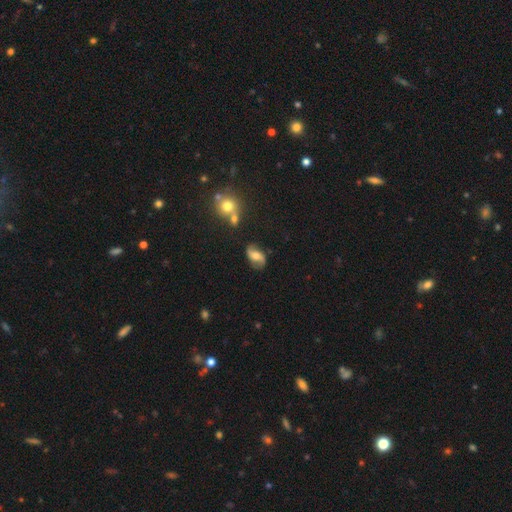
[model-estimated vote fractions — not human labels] The model was most divided on "bar": no: 42%, weak: 40%, strong: 18%. More confident: edge-on disk — no (95%); spiral arms — yes (86%); merging — none (74%); bulge size — moderate (59%); smooth or featured — featured or disk (57%).